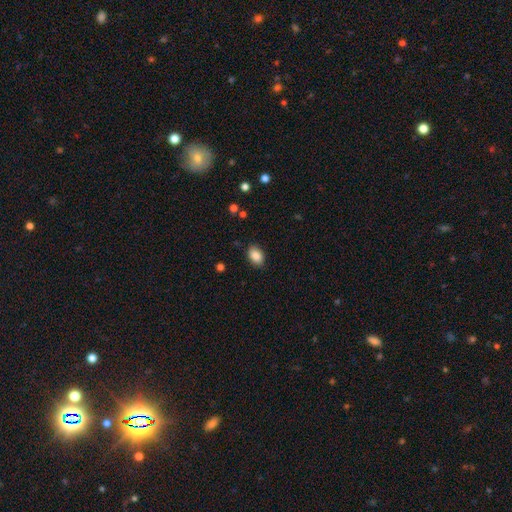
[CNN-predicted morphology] Smooth or featured? Predicted: smooth (p=0.88). How rounded? Predicted: in between (p=0.84). Merging? Predicted: none (p=0.86).